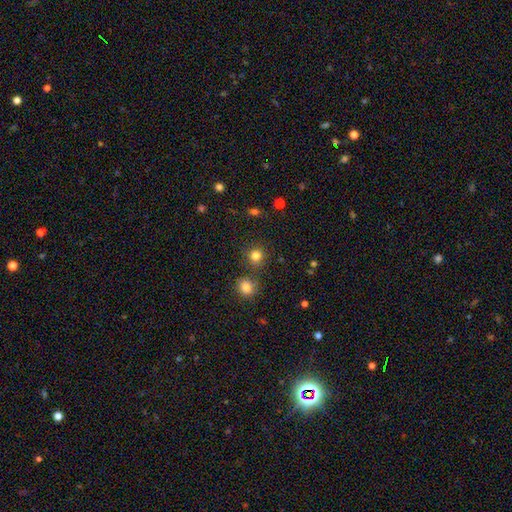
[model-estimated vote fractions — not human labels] Q: Smooth or featured?
A: smooth (81%); runner-up: star or artifact (14%)
Q: How rounded?
A: round (91%); runner-up: in between (8%)
Q: Merging?
A: none (82%); runner-up: merger (8%)